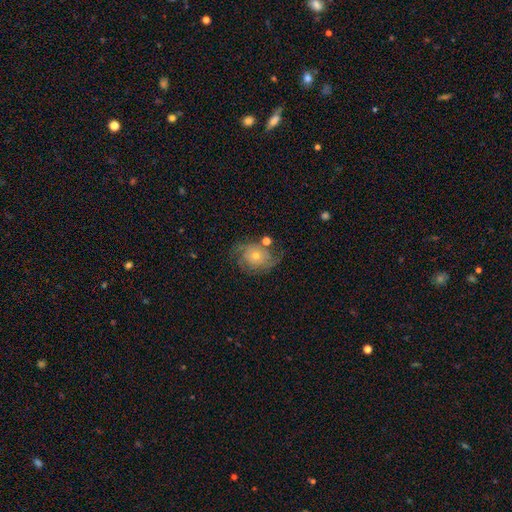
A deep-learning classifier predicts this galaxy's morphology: Smooth or featured? featured or disk (67%)
Edge-on disk? no (97%)
Bar? no (83%)
Spiral arms? yes (86%)
Spiral winding? tight (39%)
Spiral arm count? 2 (54%)
Bulge size? small (52%)
Merging? none (56%)